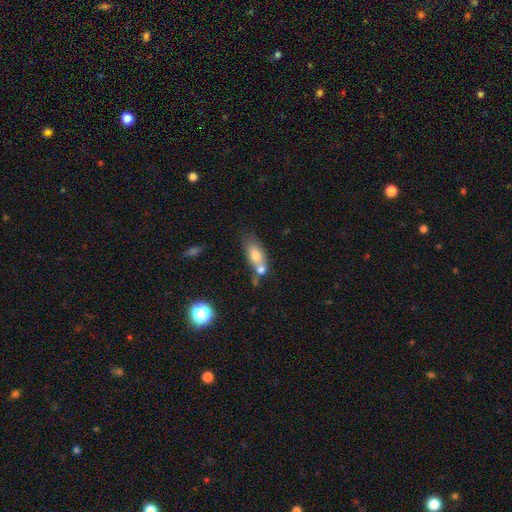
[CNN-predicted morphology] Smooth or featured? Predicted: smooth (p=0.72). How rounded? Predicted: in between (p=0.80). Merging? Predicted: merger (p=0.44).